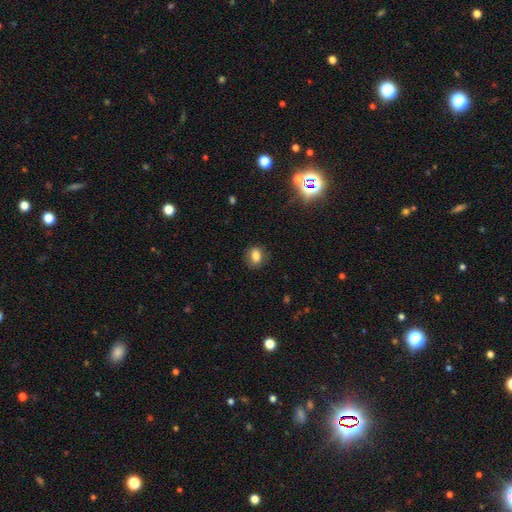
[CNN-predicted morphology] Smooth or featured? Predicted: smooth (p=0.78). How rounded? Predicted: in between (p=0.62). Merging? Predicted: none (p=0.81).